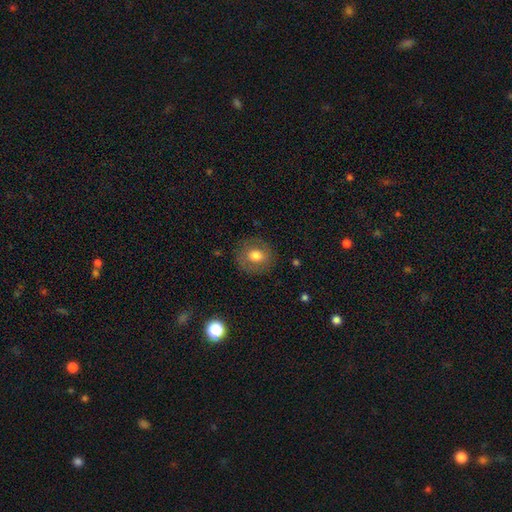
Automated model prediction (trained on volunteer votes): smooth 69%, featured or disk 22%, star or artifact 9%. Down the decision tree: how rounded — round (82%); merging — none (85%).